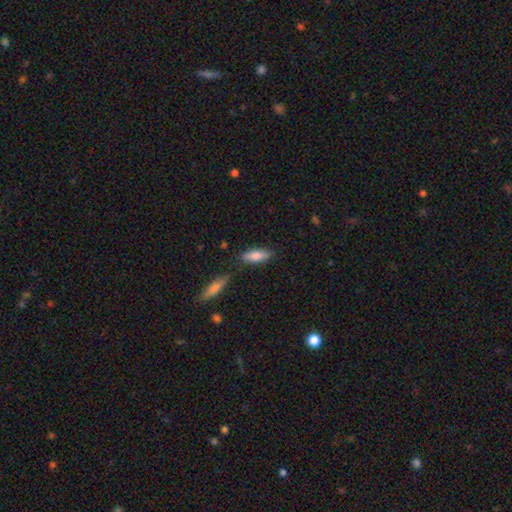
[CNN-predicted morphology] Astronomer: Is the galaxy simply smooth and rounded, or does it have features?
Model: smooth — 79%.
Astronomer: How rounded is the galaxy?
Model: in between — 64%.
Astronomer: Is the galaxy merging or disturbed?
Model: none — 77%.